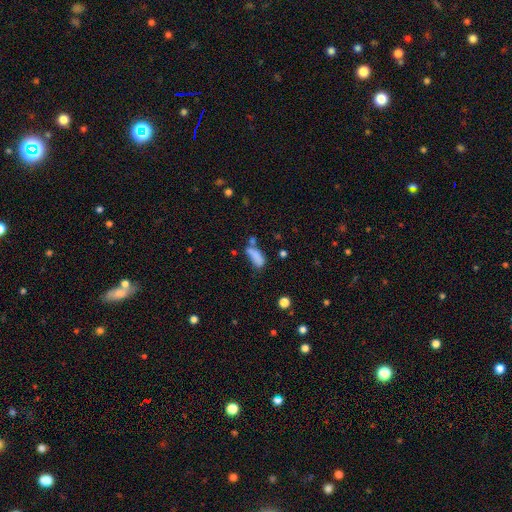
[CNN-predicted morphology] smooth_or_featured: smooth (p=0.75) [alt: featured or disk p=0.14]
how_rounded: in between (p=0.74) [alt: cigar-shaped p=0.22]
merging: none (p=0.33) [alt: merger p=0.27]